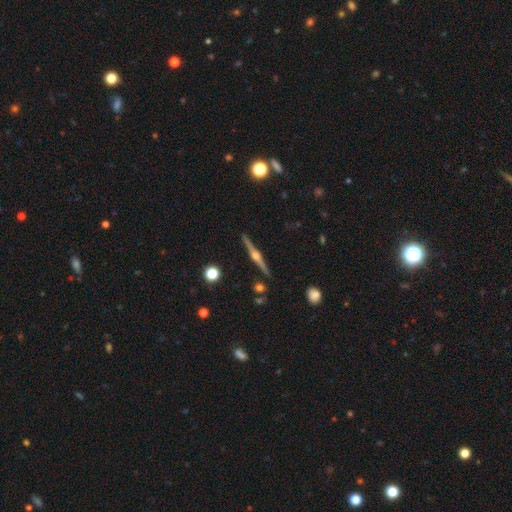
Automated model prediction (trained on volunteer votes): Smooth or featured?
  - featured or disk: 87% *
  - smooth: 8%
  - star or artifact: 5%
Edge-on disk?
  - yes: 99% *
  - no: 1%
Edge-on bulge?
  - rounded: 94% *
  - boxy: 4%
  - none: 2%
Merging?
  - none: 92% *
  - minor disturbance: 5%
  - merger: 1%
  - major disturbance: 1%